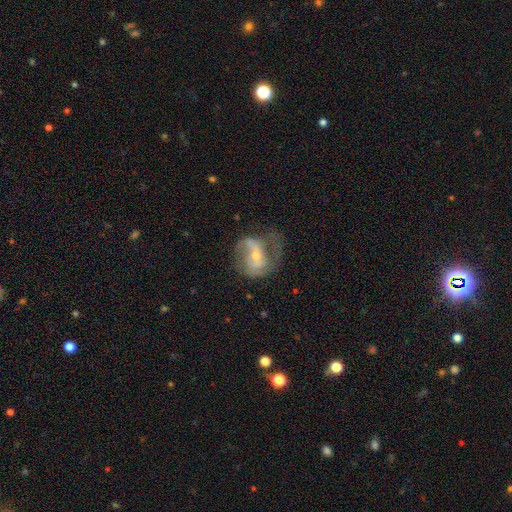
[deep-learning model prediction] A featured or disk galaxy (73%) with no bar (47%), 2 (64%) medium (45%) spiral arms (83%) and a small central bulge (59%).

Vote fractions:
- Smooth or featured? featured or disk: 73% / smooth: 20% / star or artifact: 7%
- Edge-on disk? no: 97% / yes: 3%
- Bar? no: 47% / weak: 37% / strong: 15%
- Spiral arms? yes: 83% / no: 17%
- Spiral winding? medium: 45% / loose: 36% / tight: 19%
- Spiral arm count? 2: 64% / can't tell: 14% / 1: 14% / 3: 6% / 4: 2% / more than 4: 2%
- Bulge size? small: 59% / moderate: 35% / none: 3% / large: 2% / dominant: 1%
- Merging? none: 39% / major disturbance: 34% / minor disturbance: 24% / merger: 3%